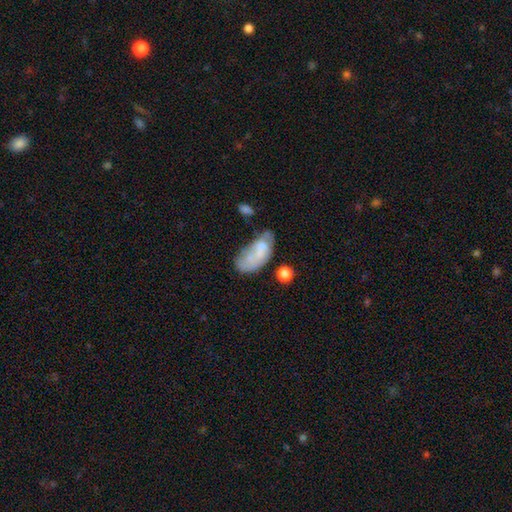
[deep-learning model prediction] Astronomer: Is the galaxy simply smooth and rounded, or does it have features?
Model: smooth — 56% (runner-up: featured or disk, 35%).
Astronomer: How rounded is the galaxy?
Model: in between — 90%.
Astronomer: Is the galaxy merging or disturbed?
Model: none — 30% (runner-up: minor disturbance, 29%).